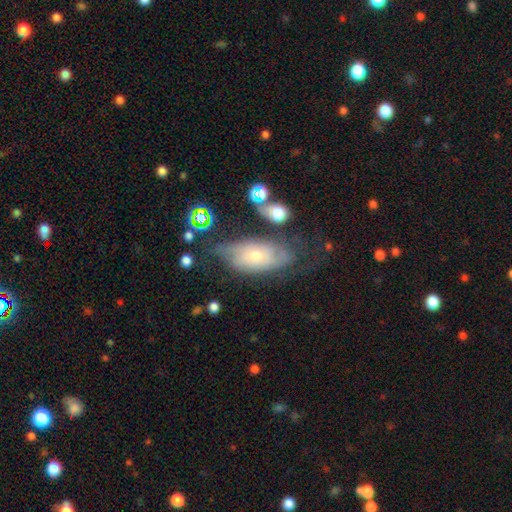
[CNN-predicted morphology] featured or disk 60%, smooth 31%, star or artifact 10%. Down the decision tree: edge-on disk — no (88%); bar — no (80%); spiral arms — yes (73%); bulge size — small (51%); merging — none (50%).